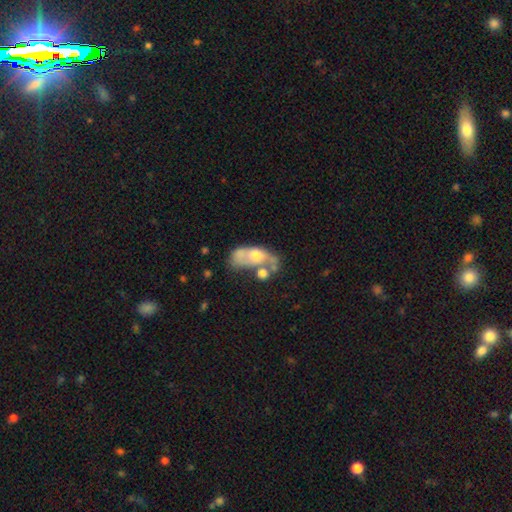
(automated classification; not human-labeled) Overall: featured or disk (47%; smooth 45%). Merging: merger (40%; none 21%).